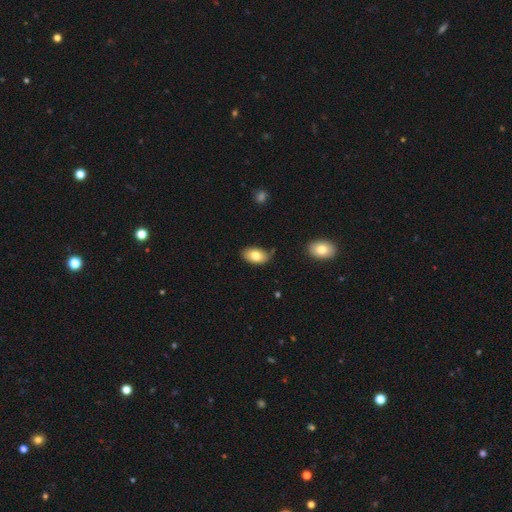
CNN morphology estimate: Q: Smooth or featured?
A: smooth (79%); runner-up: featured or disk (14%)
Q: How rounded?
A: in between (93%); runner-up: round (5%)
Q: Merging?
A: none (80%); runner-up: minor disturbance (15%)